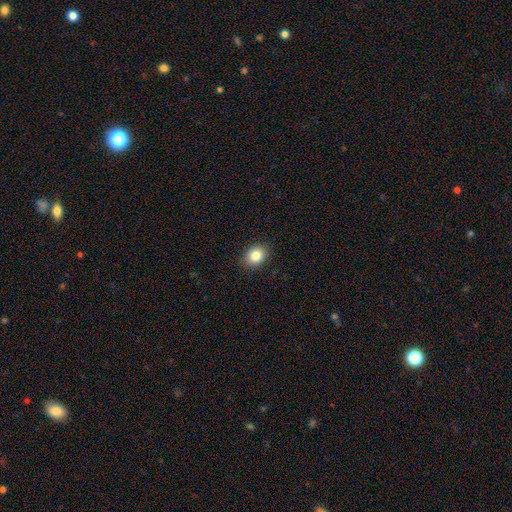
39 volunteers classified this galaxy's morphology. Smooth or featured: smooth — 87% (featured or disk — 8%)
How rounded: in between — 65% (round — 35%)
Merging: none — 89% (minor disturbance — 11%)